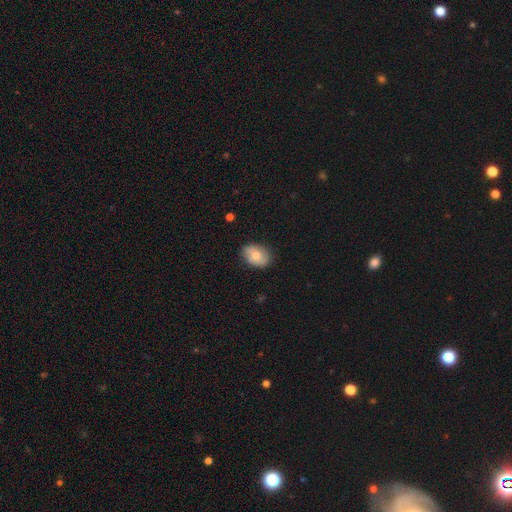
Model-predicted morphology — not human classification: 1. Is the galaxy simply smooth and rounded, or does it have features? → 69% smooth, 24% featured or disk, 7% star or artifact.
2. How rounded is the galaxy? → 78% in between, 21% round, 1% cigar-shaped.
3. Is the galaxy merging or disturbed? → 78% none, 17% minor disturbance, 3% major disturbance, 1% merger.